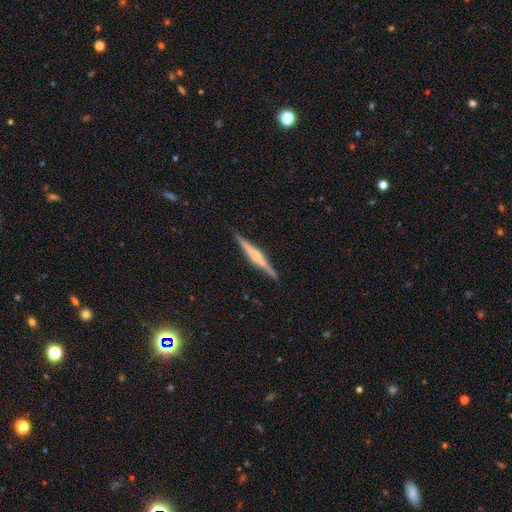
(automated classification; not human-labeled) Smooth or featured: featured or disk — 73% (smooth — 21%)
Edge-on disk: yes — 98% (no — 2%)
Edge-on bulge: rounded — 58% (boxy — 27%)
Merging: none — 90% (minor disturbance — 7%)